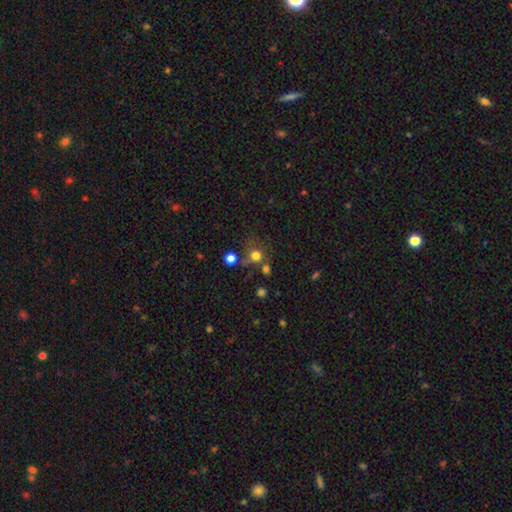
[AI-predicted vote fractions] Q: Smooth or featured?
A: smooth (73%); runner-up: star or artifact (17%)
Q: How rounded?
A: round (85%); runner-up: in between (14%)
Q: Merging?
A: none (60%); runner-up: merger (18%)